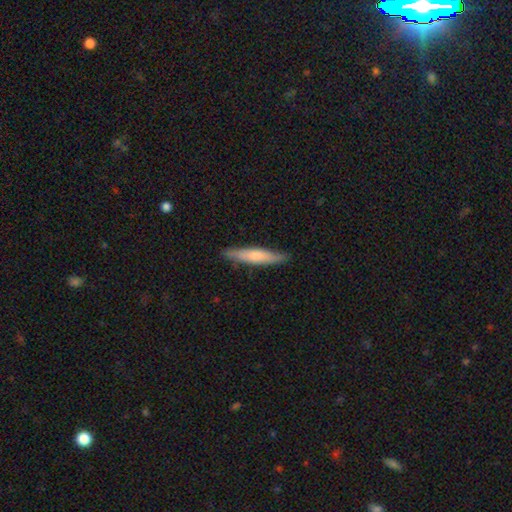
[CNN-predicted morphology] Overall: smooth (61%; featured or disk 34%). How rounded: cigar-shaped (89%). Merging: none (86%).